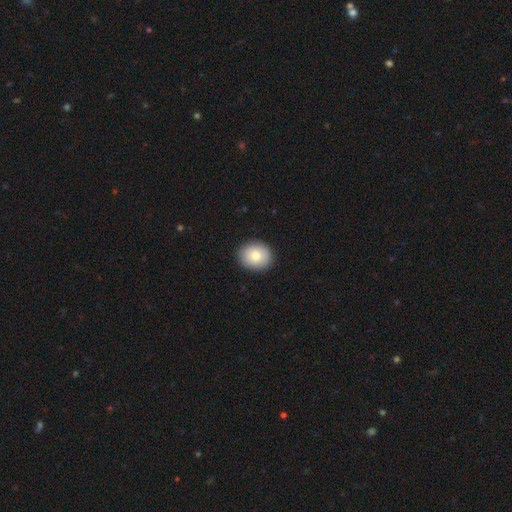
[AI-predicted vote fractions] Q: Smooth or featured?
A: smooth (81%); runner-up: featured or disk (12%)
Q: How rounded?
A: round (56%); runner-up: in between (43%)
Q: Merging?
A: none (89%); runner-up: minor disturbance (8%)